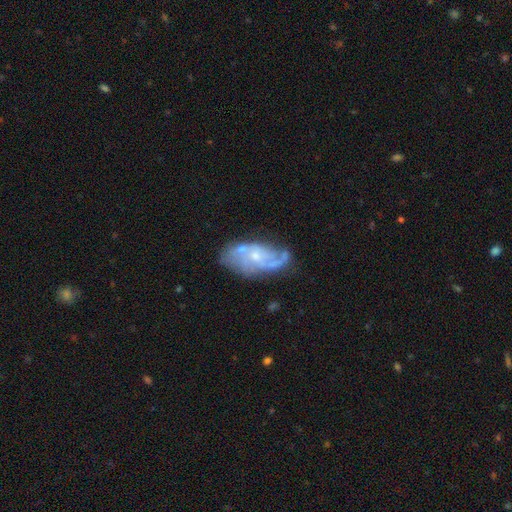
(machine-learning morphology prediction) This is likely a featured or disk galaxy (79%). It is clearly not viewed edge-on (95%). Bar: likely no (65%). Spiral arm pattern: clearly yes (90%). Spiral arm count: marginally 2 (38%). Spiral winding: marginally medium (43%). Central bulge: likely small (65%). Merging: possibly none (58%).